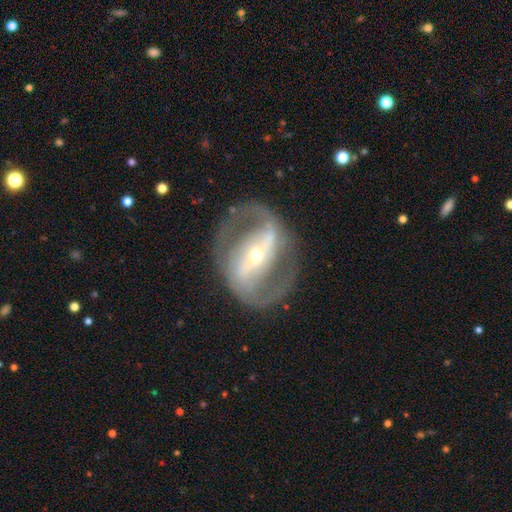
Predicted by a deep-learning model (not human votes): Smooth or featured: featured or disk — 87% (smooth — 8%)
Edge-on disk: no — 95% (yes — 5%)
Bar: strong — 61% (weak — 21%)
Spiral arms: yes — 84% (no — 16%)
Spiral winding: medium — 51% (loose — 28%)
Spiral arm count: 2 — 90% (can't tell — 5%)
Bulge size: small — 66% (moderate — 29%)
Merging: none — 78% (minor disturbance — 11%)